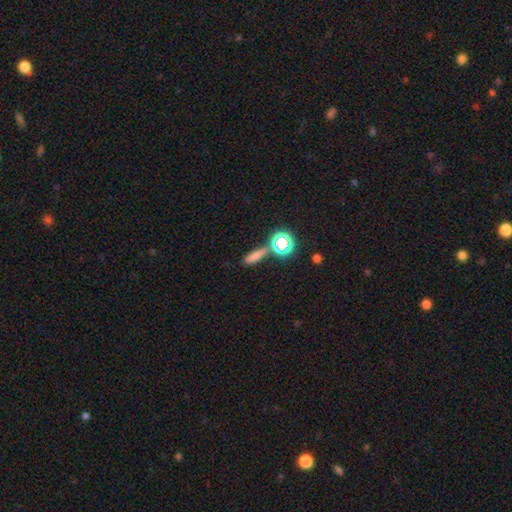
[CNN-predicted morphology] smooth_or_featured: smooth (p=0.68) [alt: star or artifact p=0.23]
how_rounded: cigar-shaped (p=0.61) [alt: in between p=0.29]
merging: none (p=0.72) [alt: minor disturbance p=0.12]